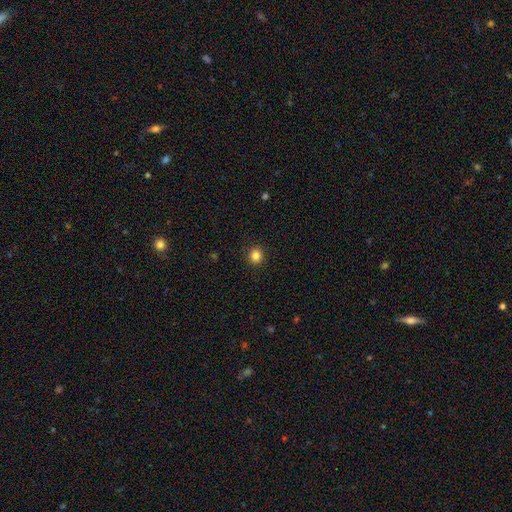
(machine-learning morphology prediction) smooth 84%, star or artifact 12%, featured or disk 5%. Down the decision tree: how rounded — round (92%); merging — none (92%).